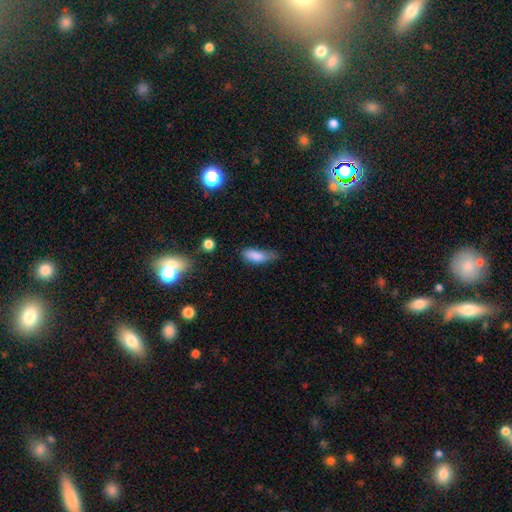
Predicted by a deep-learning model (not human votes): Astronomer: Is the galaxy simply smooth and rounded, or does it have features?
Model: smooth — 82%.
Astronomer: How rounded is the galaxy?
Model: in between — 71%.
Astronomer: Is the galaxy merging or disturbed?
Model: none — 42% (runner-up: minor disturbance, 39%).